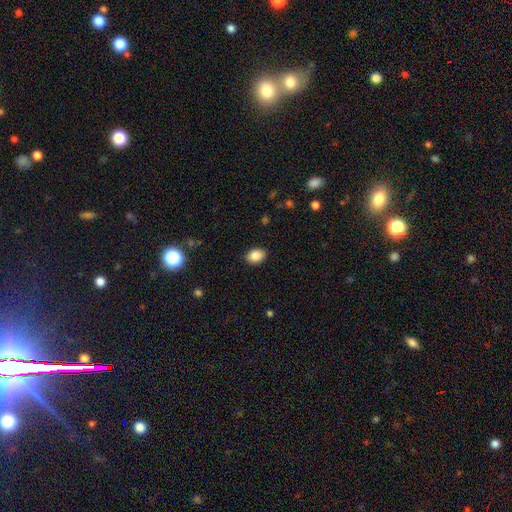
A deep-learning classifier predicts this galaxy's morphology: A smooth galaxy with no disk features (86%) that is in between round and cigar-shaped (71%).

Vote fractions:
- Smooth or featured? smooth: 86% / star or artifact: 9% / featured or disk: 5%
- How rounded? in between: 71% / round: 28% / cigar-shaped: 1%
- Merging? none: 89% / minor disturbance: 8% / major disturbance: 2% / merger: 1%